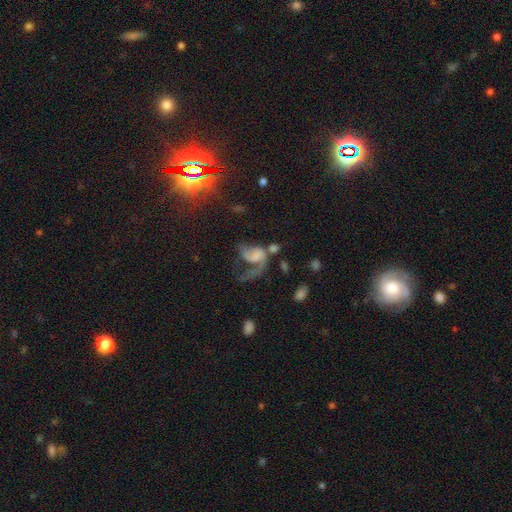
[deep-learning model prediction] The model was most divided on "bulge size": none: 39%, small: 25%, moderate: 22%, large: 12%, dominant: 3%. More confident: edge-on disk — no (97%); spiral arms — yes (80%); smooth or featured — featured or disk (65%); spiral arm count — 1 (64%); spiral winding — loose (62%); bar — no (62%); merging — major disturbance (51%).